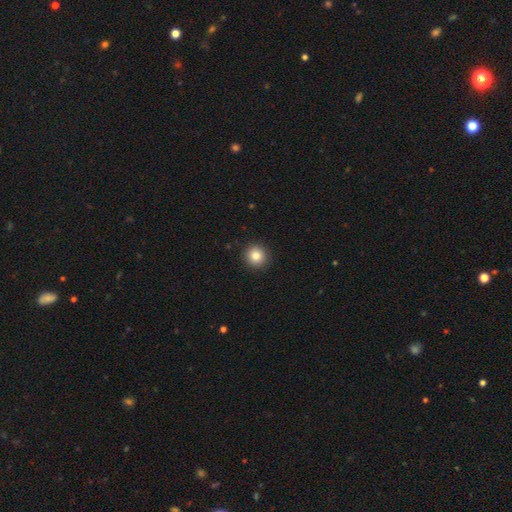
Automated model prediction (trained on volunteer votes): This is clearly a smooth galaxy (84%). How rounded: clearly round (94%). Merging: clearly none (92%).